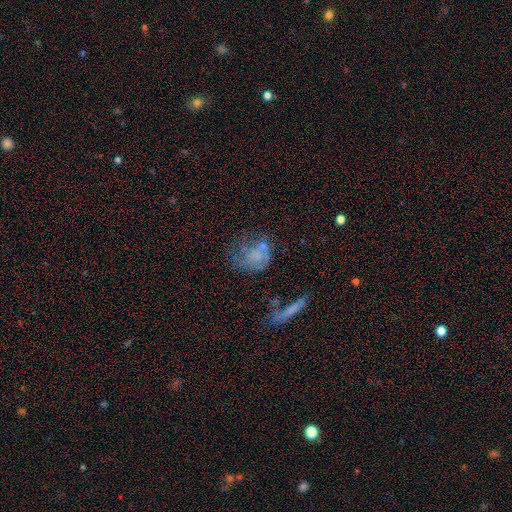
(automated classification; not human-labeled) smooth 46%, featured or disk 41%, star or artifact 14%. Down the decision tree: merging — none (34%).